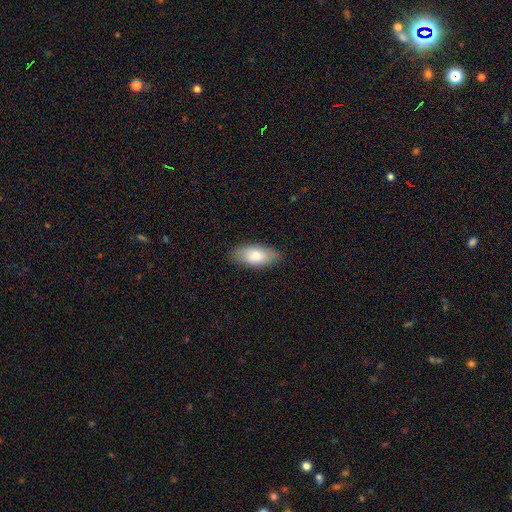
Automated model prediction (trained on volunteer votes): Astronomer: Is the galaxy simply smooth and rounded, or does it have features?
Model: smooth — 80%.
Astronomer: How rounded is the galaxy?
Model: in between — 89%.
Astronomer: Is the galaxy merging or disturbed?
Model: none — 84%.